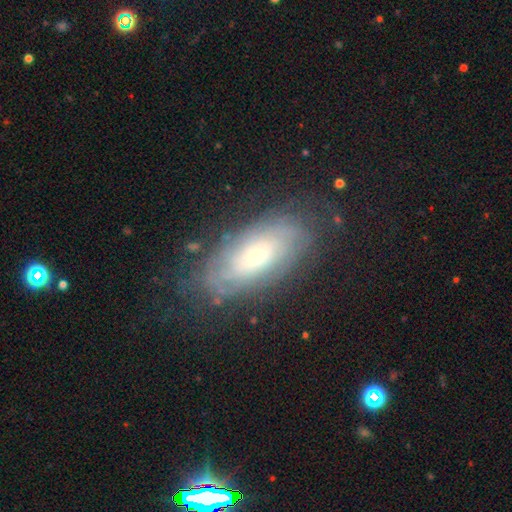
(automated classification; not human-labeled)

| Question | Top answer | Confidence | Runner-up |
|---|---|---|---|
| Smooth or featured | featured or disk | 70% | smooth (22%) |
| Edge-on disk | no | 90% | yes (10%) |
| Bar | no | 78% | weak (18%) |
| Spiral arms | yes | 84% | no (16%) |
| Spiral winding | tight | 75% | medium (19%) |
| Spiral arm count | can't tell | 63% | 2 (12%) |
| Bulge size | small | 65% | moderate (30%) |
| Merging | none | 75% | minor disturbance (17%) |